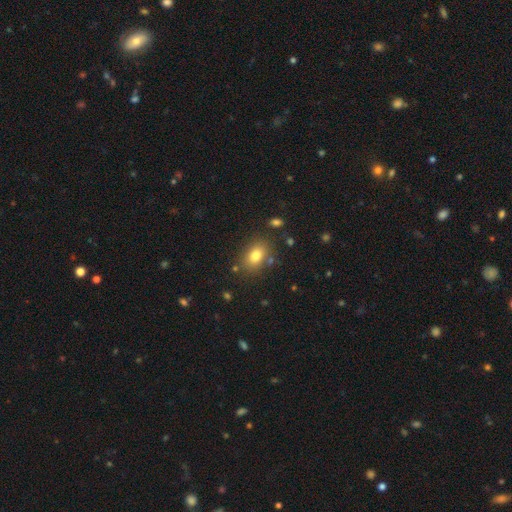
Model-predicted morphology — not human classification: A smooth galaxy with no disk features (80%) that is in between round and cigar-shaped (79%). Merging: none (81%).